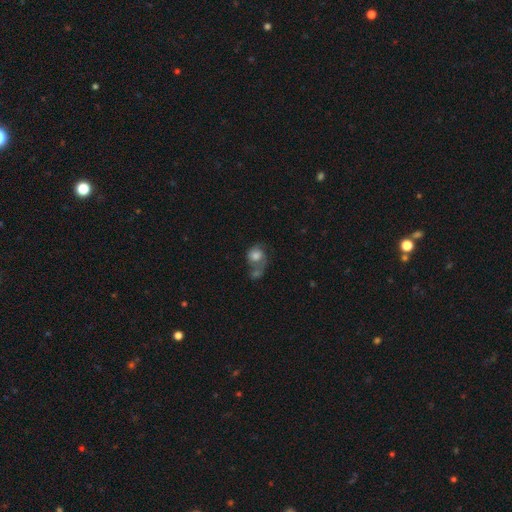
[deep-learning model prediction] smooth-or-featured: smooth: 54% | featured or disk: 37% | star or artifact: 9%
  how-rounded: round: 64% | in between: 35% | cigar-shaped: 1%
  merging: merger: 42% | none: 24% | major disturbance: 20% | minor disturbance: 14%